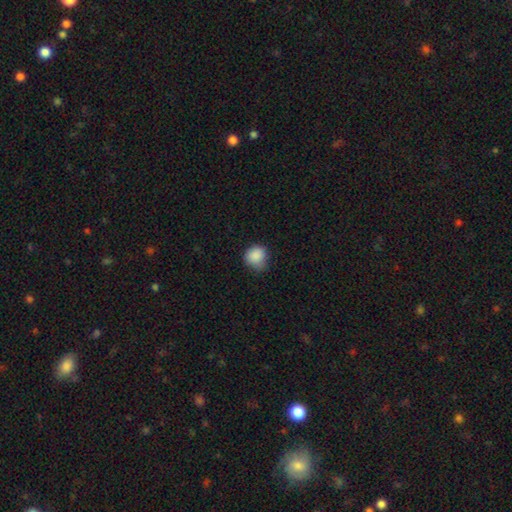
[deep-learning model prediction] smooth-or-featured: smooth: 87% | star or artifact: 8% | featured or disk: 4%
  how-rounded: round: 83% | in between: 16% | cigar-shaped: 1%
  merging: none: 63% | minor disturbance: 30% | major disturbance: 6% | merger: 1%